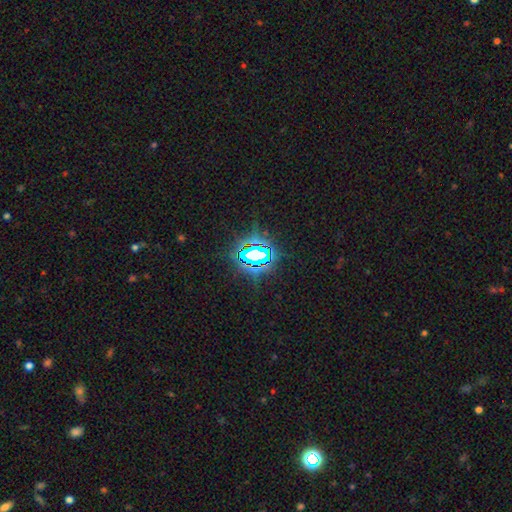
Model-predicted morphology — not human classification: smooth-or-featured: star or artifact: 77% | smooth: 12% | featured or disk: 11%